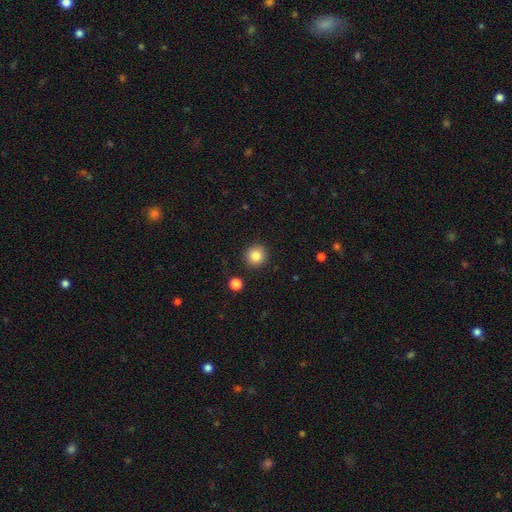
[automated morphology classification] Overall: smooth (85%). How rounded: round (94%). Merging: none (91%).